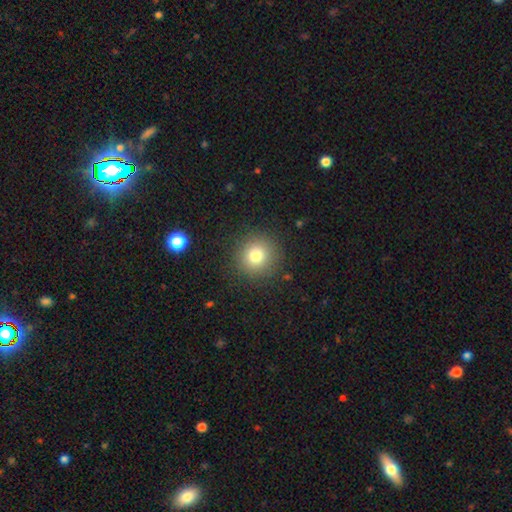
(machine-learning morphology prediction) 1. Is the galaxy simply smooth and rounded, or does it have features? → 79% smooth, 13% star or artifact, 9% featured or disk.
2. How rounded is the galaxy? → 93% round, 6% in between, 1% cigar-shaped.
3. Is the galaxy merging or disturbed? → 89% none, 7% minor disturbance, 3% major disturbance, 1% merger.